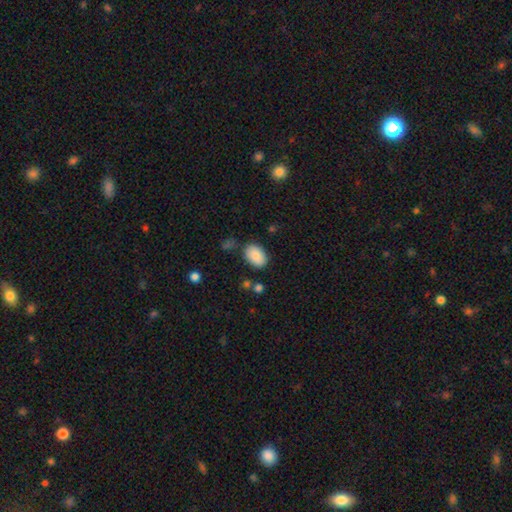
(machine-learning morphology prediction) Smooth or featured? smooth (87%)
How rounded? in between (88%)
Merging? none (79%)